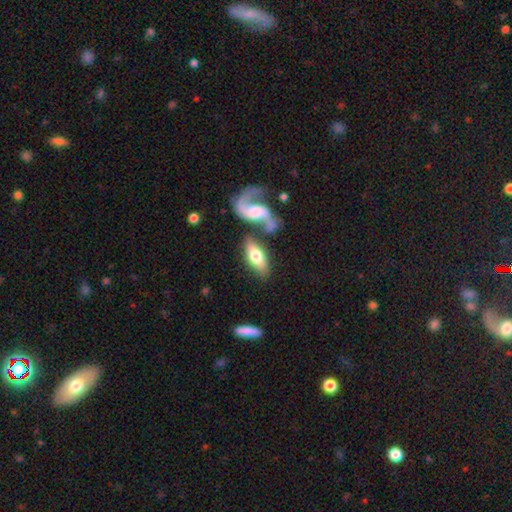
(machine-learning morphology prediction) Smooth or featured: smooth — 57% (featured or disk — 38%)
How rounded: in between — 82% (cigar-shaped — 15%)
Merging: none — 54% (merger — 27%)